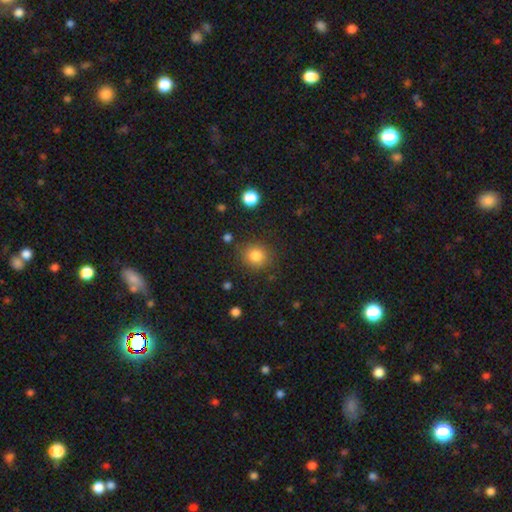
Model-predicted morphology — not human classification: smooth_or_featured: smooth (p=0.84) [alt: star or artifact p=0.11]
how_rounded: round (p=0.85) [alt: in between p=0.14]
merging: none (p=0.84) [alt: minor disturbance p=0.10]